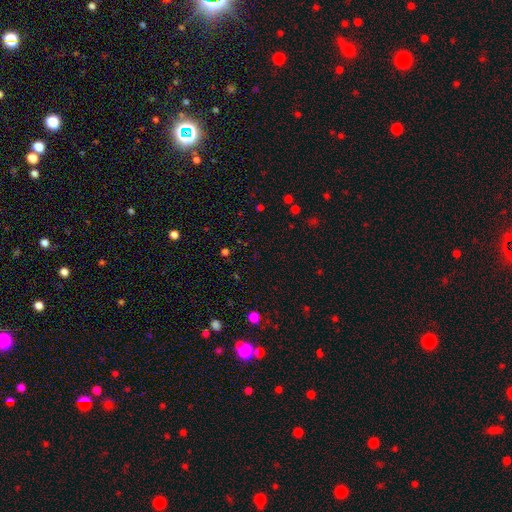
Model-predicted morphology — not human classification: Smooth or featured: star or artifact — 58% (smooth — 34%)